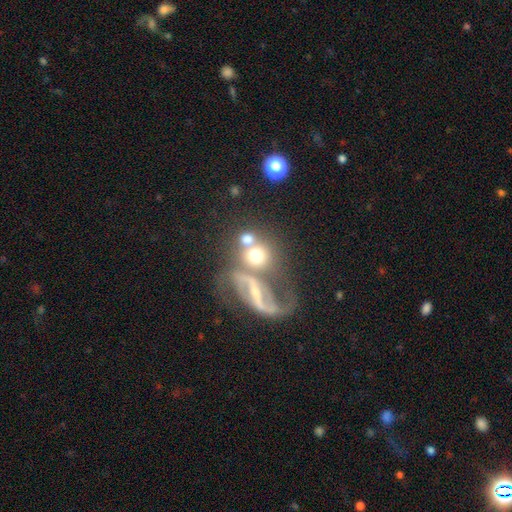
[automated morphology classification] smooth_or_featured: smooth (p=0.48) [alt: featured or disk p=0.42]
merging: merger (p=0.43) [alt: none p=0.37]